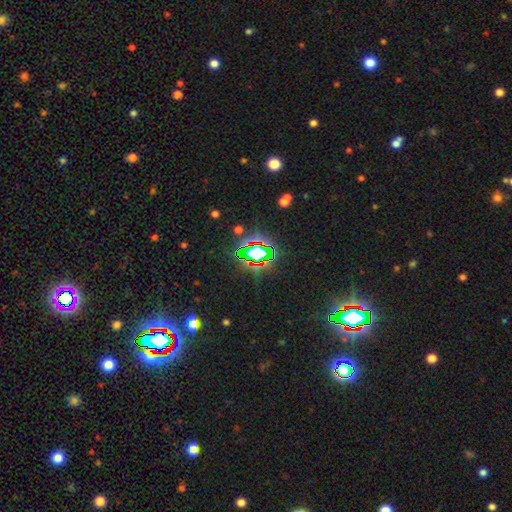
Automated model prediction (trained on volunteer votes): Morphology: type=star or artifact (73%).